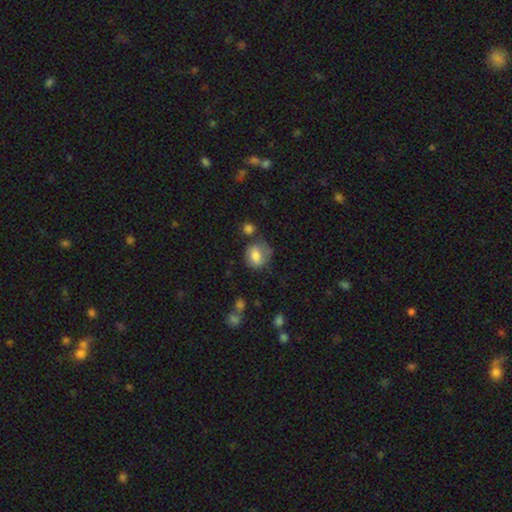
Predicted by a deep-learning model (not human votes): This is likely a smooth galaxy (73%). How rounded: likely round (63%). Merging: possibly none (56%).